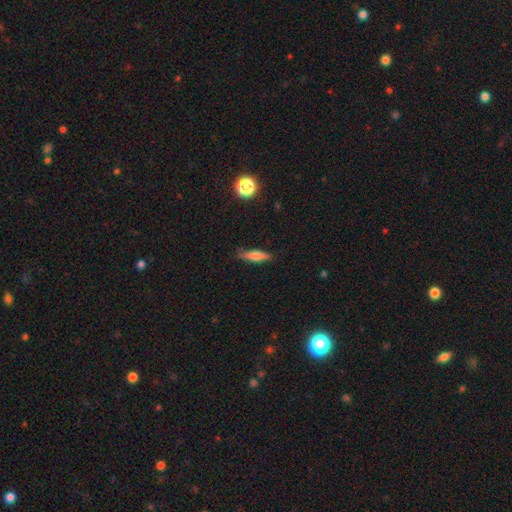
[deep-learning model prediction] Q: Smooth or featured?
A: smooth (69%); runner-up: featured or disk (23%)
Q: How rounded?
A: cigar-shaped (68%); runner-up: in between (30%)
Q: Merging?
A: none (81%); runner-up: minor disturbance (15%)